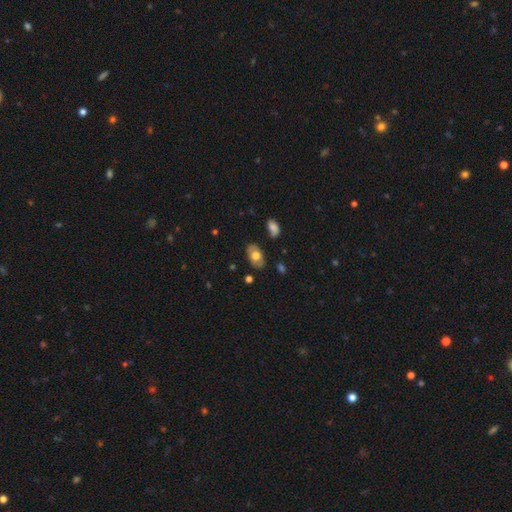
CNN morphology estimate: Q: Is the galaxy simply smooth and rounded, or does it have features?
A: smooth — 64%.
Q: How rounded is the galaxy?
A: in between — 92%.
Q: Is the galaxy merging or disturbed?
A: none — 81%.